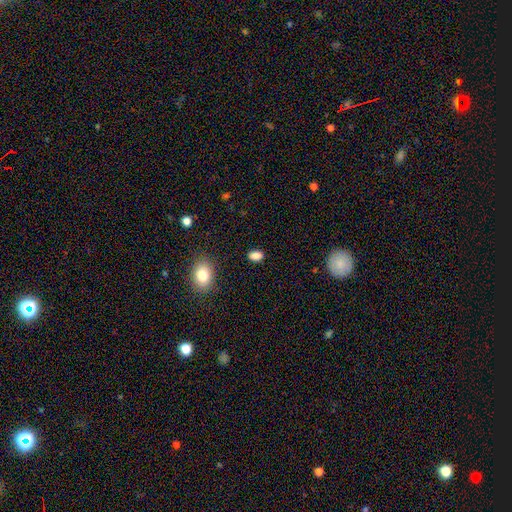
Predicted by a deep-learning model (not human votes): Smooth or featured: smooth — 85% (star or artifact — 11%)
How rounded: in between — 86% (round — 12%)
Merging: none — 85% (minor disturbance — 10%)